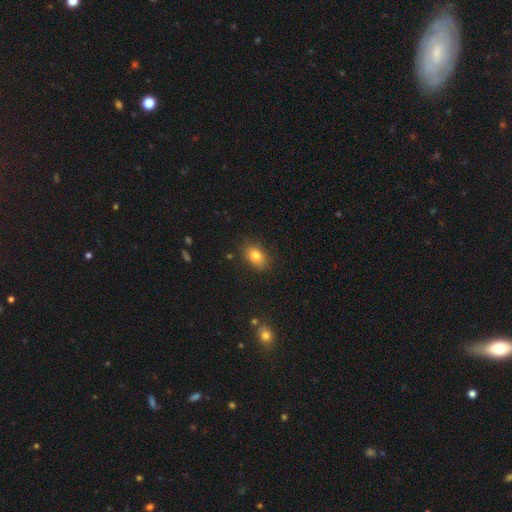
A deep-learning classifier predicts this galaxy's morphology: The model was most divided on "how rounded": in between: 81%, round: 17%, cigar-shaped: 2%. More confident: merging — none (84%); smooth or featured — smooth (81%).